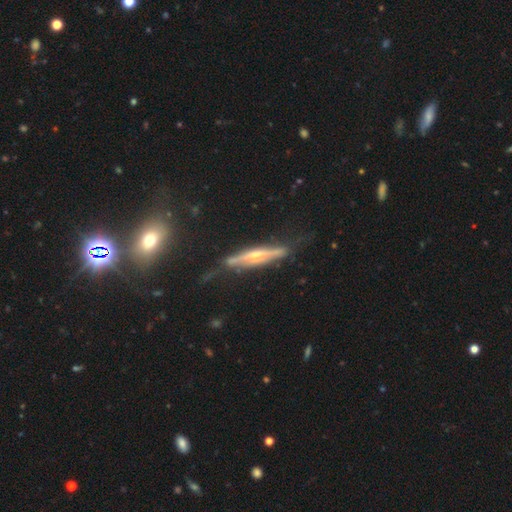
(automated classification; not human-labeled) featured or disk 75%, smooth 18%, star or artifact 7%. Down the decision tree: edge-on disk — yes (90%); edge-on bulge — rounded (68%); merging — none (66%).